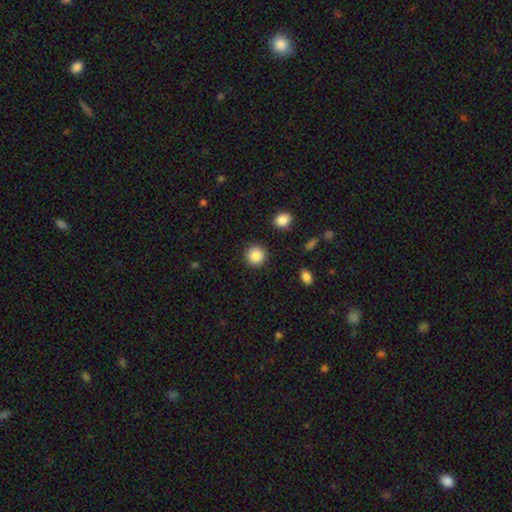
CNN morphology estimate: This appears to be a smooth galaxy with no disk features (87%) that is round (93%). Merging: none (91%).